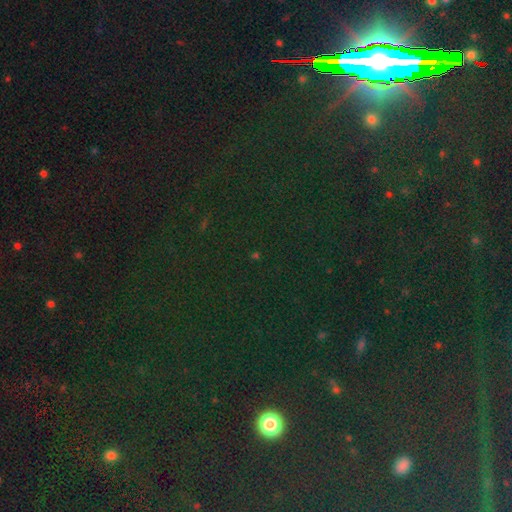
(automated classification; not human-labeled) This appears to be a star or artifact, not a galaxy (76%).